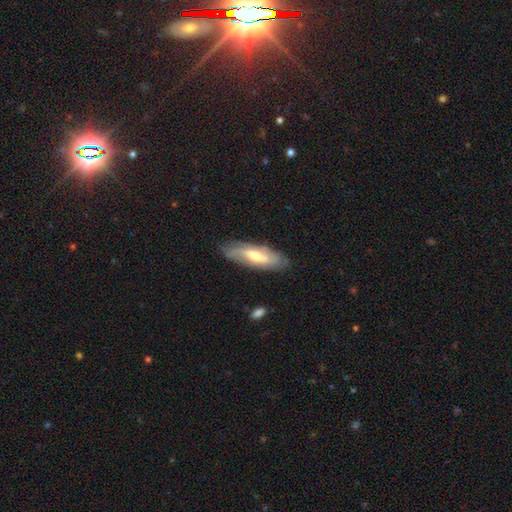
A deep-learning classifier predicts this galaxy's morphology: The model was most divided on "smooth or featured": featured or disk: 53%, smooth: 41%, star or artifact: 6%. More confident: merging — none (80%); edge-on disk — no (73%).